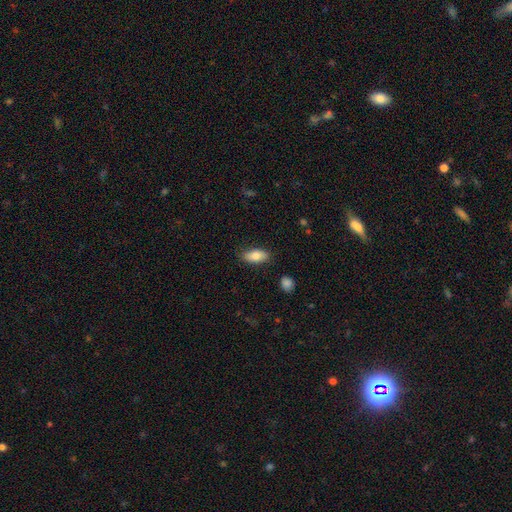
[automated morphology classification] Smooth or featured: smooth — 81% (featured or disk — 12%)
How rounded: in between — 89% (cigar-shaped — 7%)
Merging: none — 83% (minor disturbance — 13%)